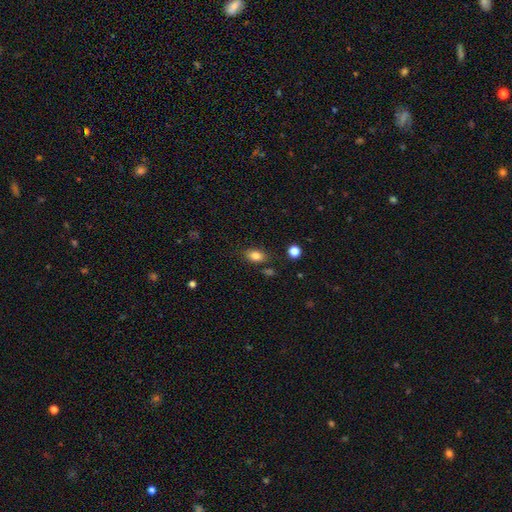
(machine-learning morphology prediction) Smooth or featured?
  - smooth: 81% *
  - star or artifact: 10%
  - featured or disk: 9%
How rounded?
  - in between: 78% *
  - round: 20%
  - cigar-shaped: 2%
Merging?
  - none: 78% *
  - minor disturbance: 14%
  - merger: 5%
  - major disturbance: 3%